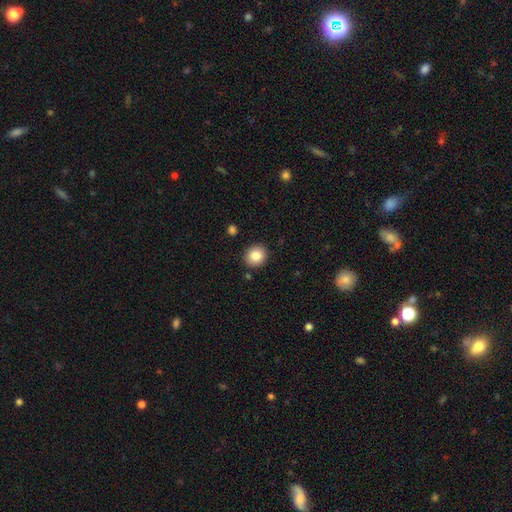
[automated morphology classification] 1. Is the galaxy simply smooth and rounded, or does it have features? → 83% smooth, 9% star or artifact, 8% featured or disk.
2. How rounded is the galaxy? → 84% round, 16% in between, 1% cigar-shaped.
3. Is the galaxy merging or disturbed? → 89% none, 7% minor disturbance, 2% merger, 2% major disturbance.